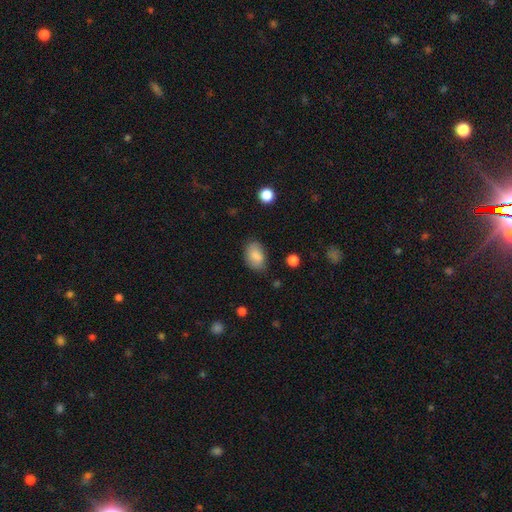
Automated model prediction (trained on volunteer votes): A smooth galaxy with no disk features (84%) that is in between round and cigar-shaped (88%). Merging: none (72%).